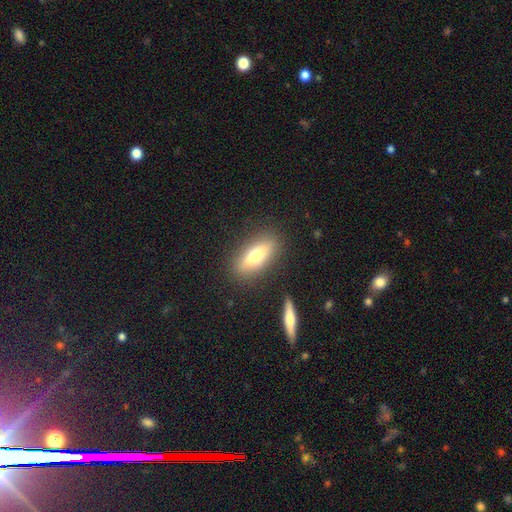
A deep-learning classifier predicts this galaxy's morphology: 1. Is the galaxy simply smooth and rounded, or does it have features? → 63% smooth, 30% featured or disk, 8% star or artifact.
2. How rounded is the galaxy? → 63% in between, 34% cigar-shaped, 3% round.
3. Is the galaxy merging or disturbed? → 84% none, 10% minor disturbance, 3% major disturbance, 3% merger.